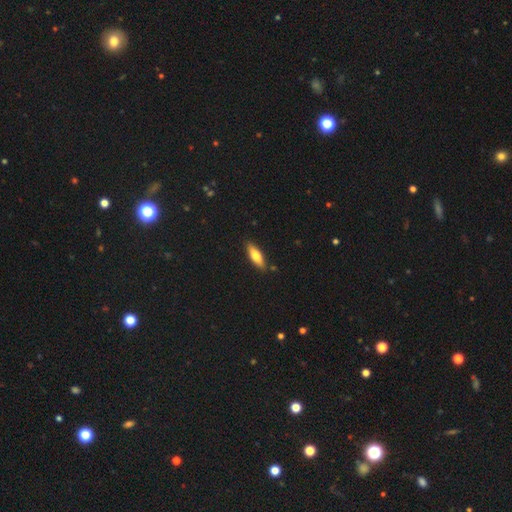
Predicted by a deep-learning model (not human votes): smooth-or-featured: smooth: 70% | featured or disk: 24% | star or artifact: 6%
  how-rounded: in between: 54% | cigar-shaped: 44% | round: 2%
  merging: none: 86% | minor disturbance: 10% | major disturbance: 2% | merger: 2%